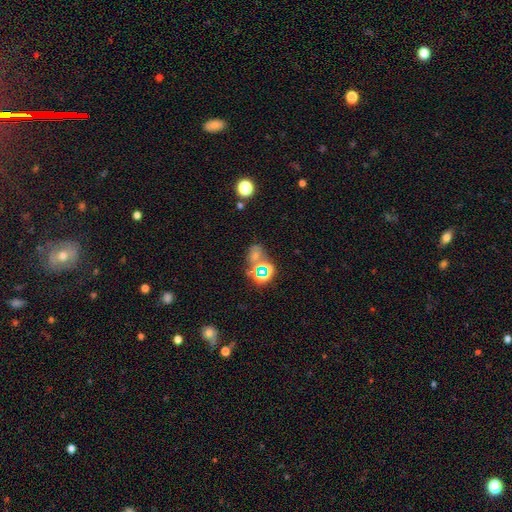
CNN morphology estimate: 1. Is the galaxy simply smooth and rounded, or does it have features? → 48% star or artifact, 30% smooth, 23% featured or disk.